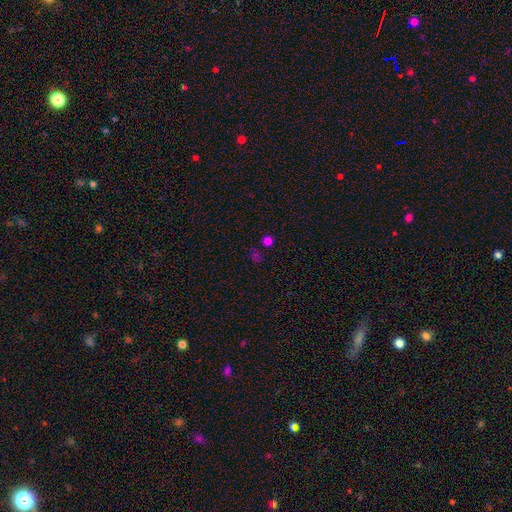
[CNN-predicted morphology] Smooth or featured? Predicted: smooth (p=0.59). How rounded? Predicted: round (p=0.79). Merging? Predicted: none (p=0.75).